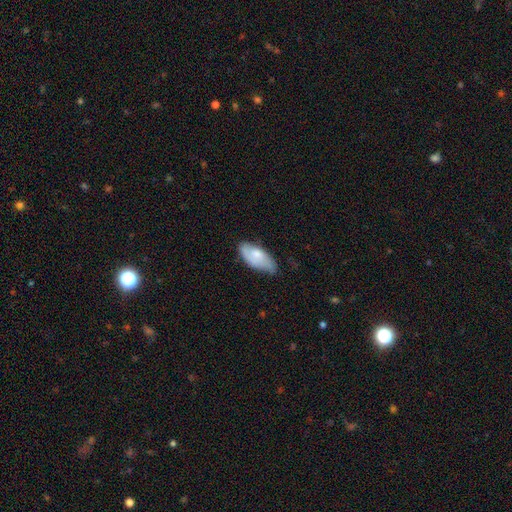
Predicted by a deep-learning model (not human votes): Smooth or featured? smooth (64%)
How rounded? in between (89%)
Merging? none (51%)